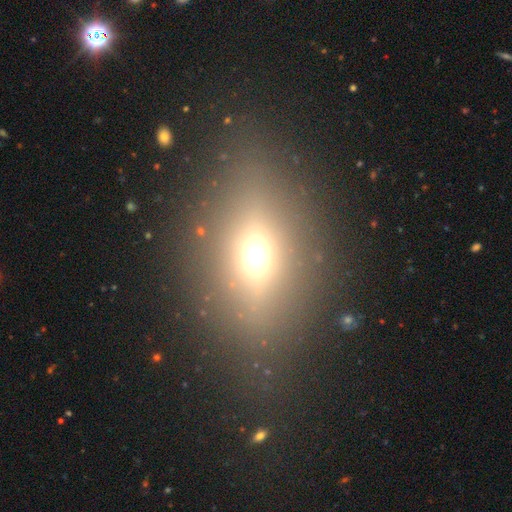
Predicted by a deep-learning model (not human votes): Smooth or featured: smooth — 55% (featured or disk — 24%)
How rounded: in between — 64% (round — 29%)
Merging: none — 79% (minor disturbance — 11%)